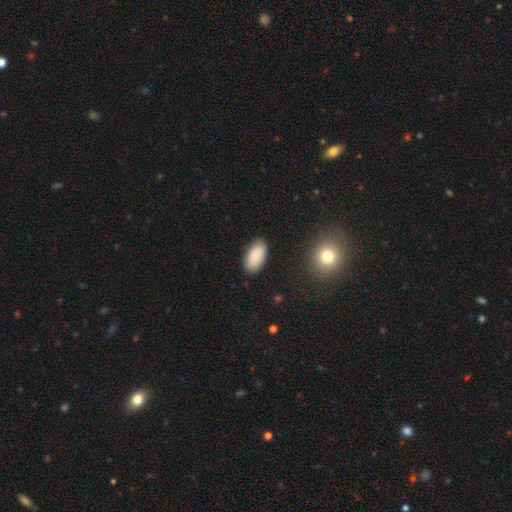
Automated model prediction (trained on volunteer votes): smooth 85%, featured or disk 8%, star or artifact 7%. Down the decision tree: how rounded — in between (95%); merging — none (83%).